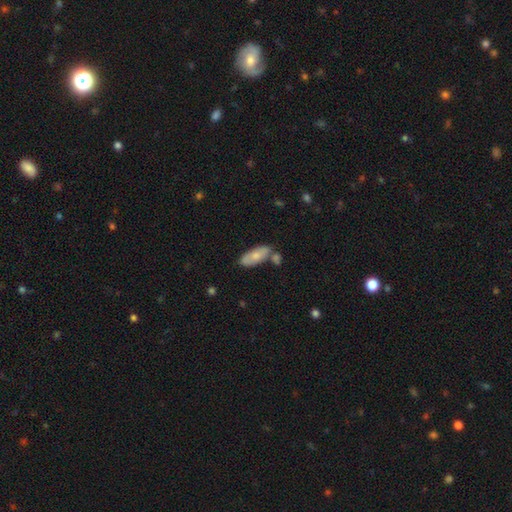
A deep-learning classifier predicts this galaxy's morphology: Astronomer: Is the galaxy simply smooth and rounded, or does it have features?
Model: smooth — 71%.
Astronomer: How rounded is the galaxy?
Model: in between — 81%.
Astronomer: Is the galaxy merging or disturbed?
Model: none — 58%.